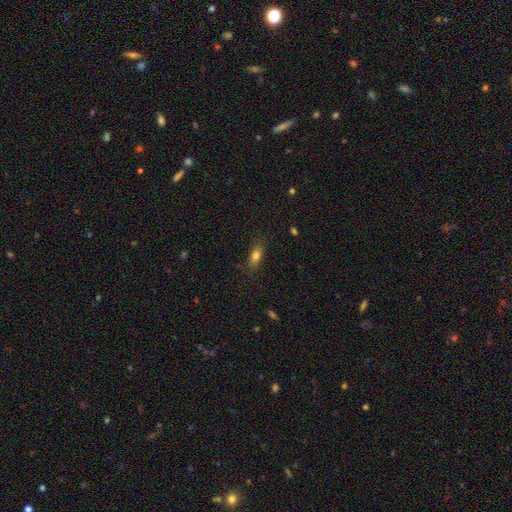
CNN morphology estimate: smooth-or-featured: smooth: 78% | featured or disk: 11% | star or artifact: 11%
  how-rounded: in between: 76% | cigar-shaped: 17% | round: 7%
  merging: none: 81% | minor disturbance: 14% | major disturbance: 4% | merger: 1%